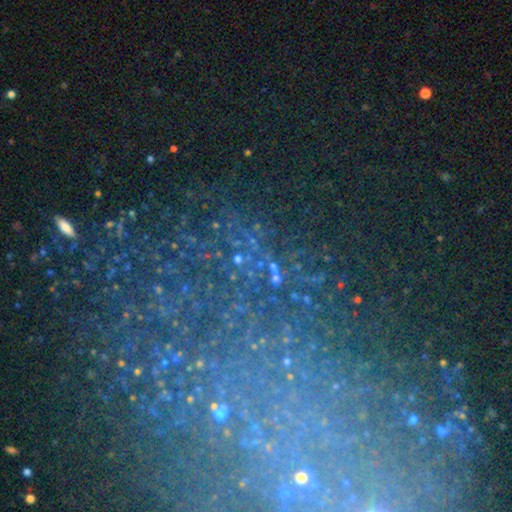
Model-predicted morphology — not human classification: Smooth or featured? Predicted: star or artifact (p=0.73).